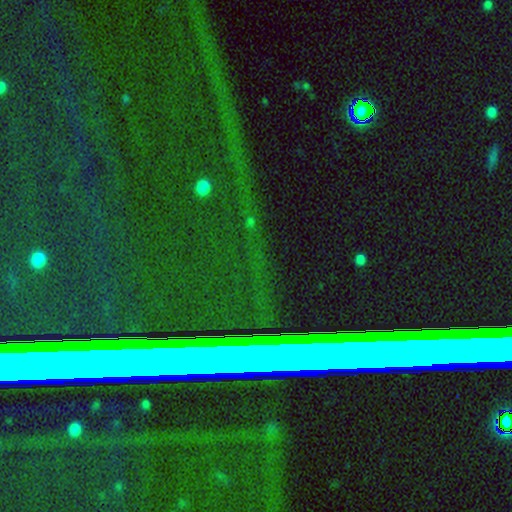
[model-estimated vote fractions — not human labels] Smooth or featured? star or artifact (79%)